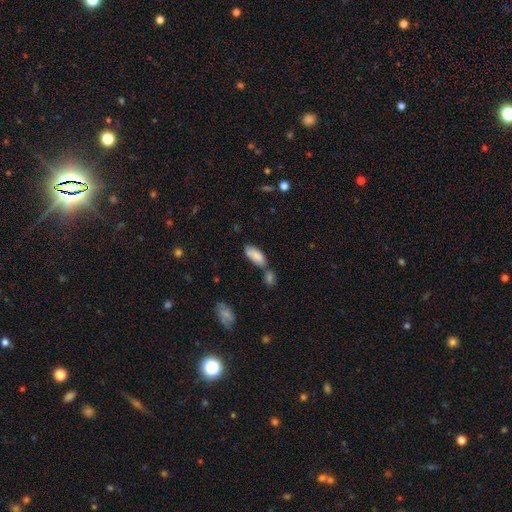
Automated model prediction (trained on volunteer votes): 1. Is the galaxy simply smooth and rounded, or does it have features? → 83% smooth, 10% featured or disk, 7% star or artifact.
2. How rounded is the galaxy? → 87% in between, 11% cigar-shaped, 2% round.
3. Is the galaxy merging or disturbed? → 39% none (tied), 39% merger (tied), 17% minor disturbance, 6% major disturbance.